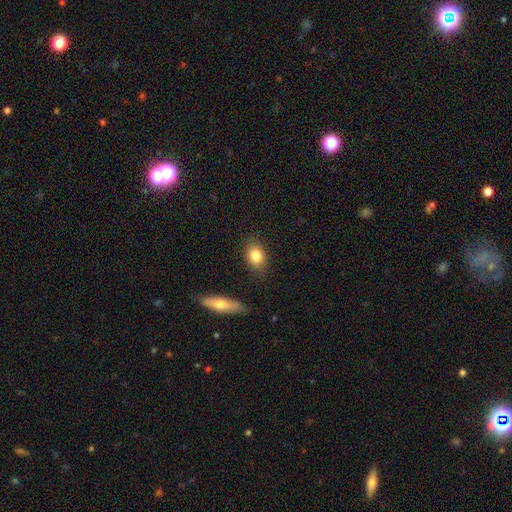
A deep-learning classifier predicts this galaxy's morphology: type=smooth (82%); roundness=in between (70%); merging=none (84%).